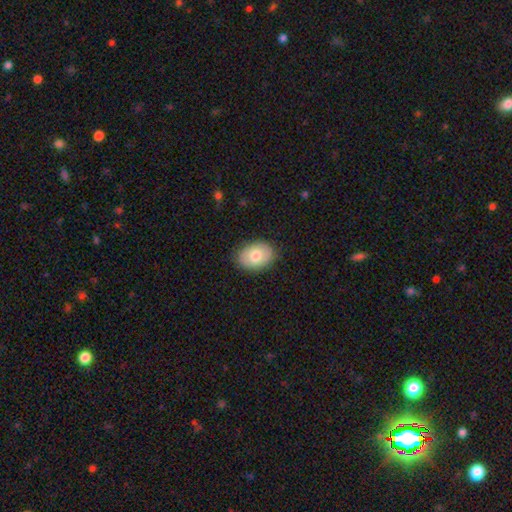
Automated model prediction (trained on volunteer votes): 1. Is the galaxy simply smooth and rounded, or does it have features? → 73% smooth, 20% featured or disk, 7% star or artifact.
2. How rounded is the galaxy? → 79% in between, 20% round, 1% cigar-shaped.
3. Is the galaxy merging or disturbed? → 85% none, 11% minor disturbance, 3% major disturbance, 1% merger.